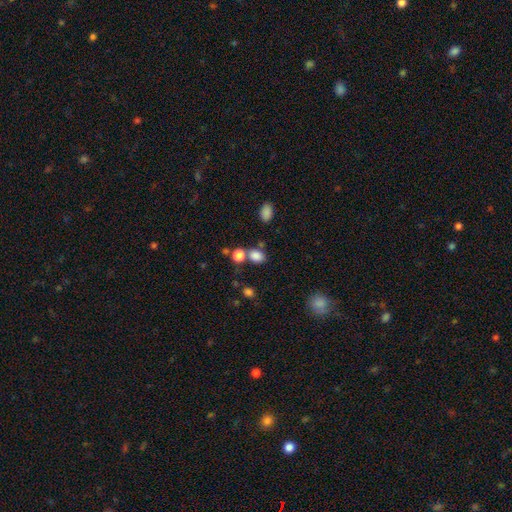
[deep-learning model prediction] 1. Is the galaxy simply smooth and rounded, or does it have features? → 82% smooth, 12% star or artifact, 6% featured or disk.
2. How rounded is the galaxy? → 58% in between, 41% round, 1% cigar-shaped.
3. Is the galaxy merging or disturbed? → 58% none, 25% merger, 12% minor disturbance, 5% major disturbance.